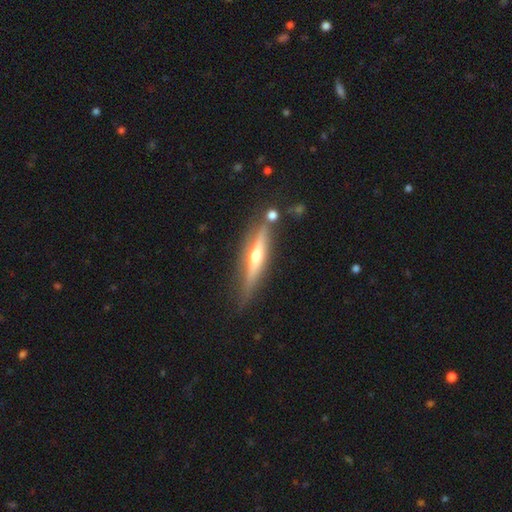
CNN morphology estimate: This appears to be a featured or disk galaxy (69%) viewed edge-on (94%) with a rounded central bulge (88%). Merging: none (76%).